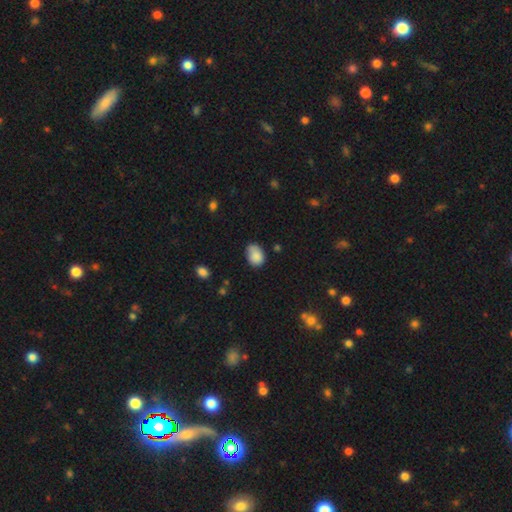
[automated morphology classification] A smooth galaxy with no disk features (84%) that is in between round and cigar-shaped (66%). Merging: none (57%).